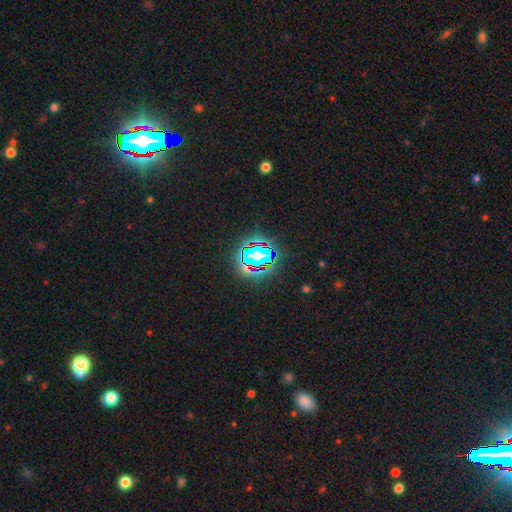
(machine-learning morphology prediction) Overall: star or artifact (66%).